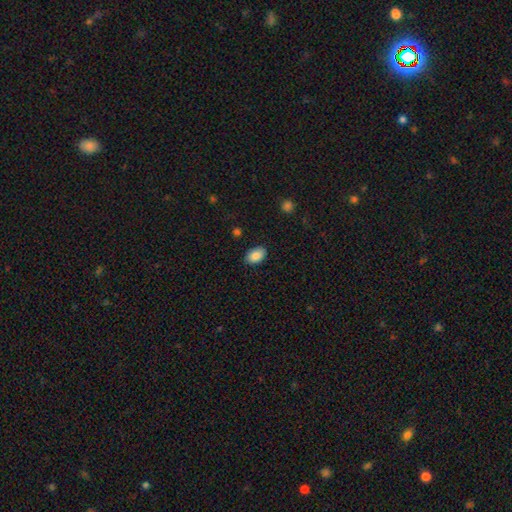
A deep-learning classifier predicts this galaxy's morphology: Smooth or featured? smooth (88%)
How rounded? in between (87%)
Merging? none (86%)